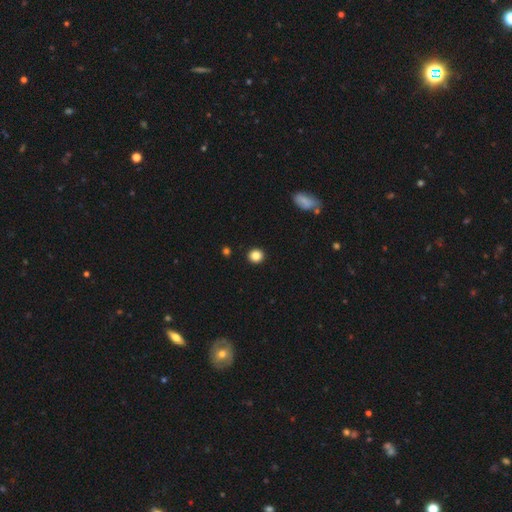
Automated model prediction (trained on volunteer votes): Q: Smooth or featured?
A: smooth (84%); runner-up: star or artifact (11%)
Q: How rounded?
A: round (92%); runner-up: in between (7%)
Q: Merging?
A: none (93%); runner-up: minor disturbance (4%)